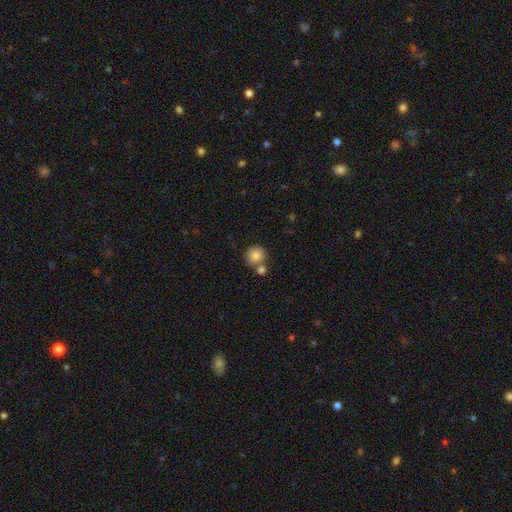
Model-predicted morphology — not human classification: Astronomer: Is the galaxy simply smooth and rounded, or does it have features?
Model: smooth — 84%.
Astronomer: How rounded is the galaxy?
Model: round — 87%.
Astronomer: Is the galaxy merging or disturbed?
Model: none — 57%.